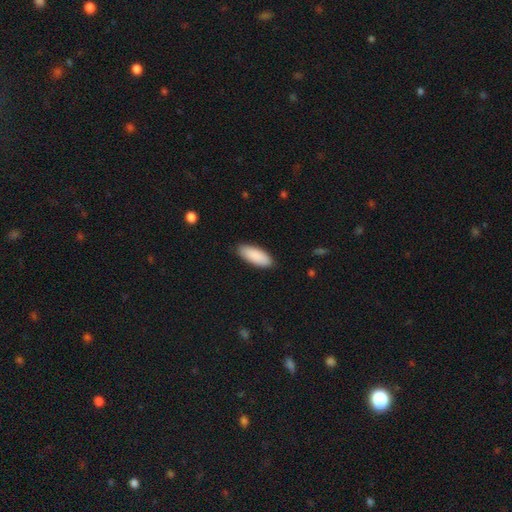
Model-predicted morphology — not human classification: smooth_or_featured: smooth (p=0.90) [alt: star or artifact p=0.05]
how_rounded: in between (p=0.81) [alt: cigar-shaped p=0.17]
merging: none (p=0.88) [alt: minor disturbance p=0.10]